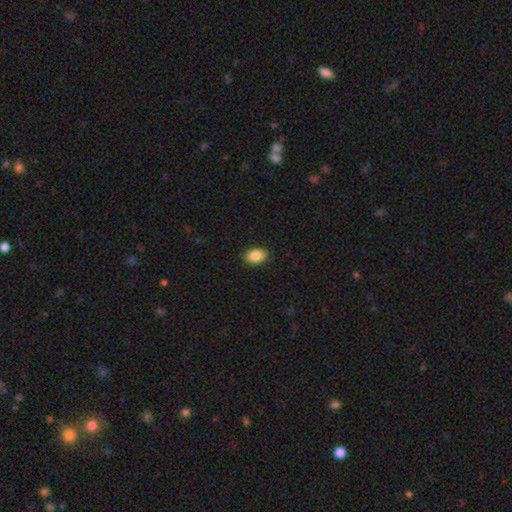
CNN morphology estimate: Overall: smooth (87%). How rounded: in between (86%). Merging: none (88%).